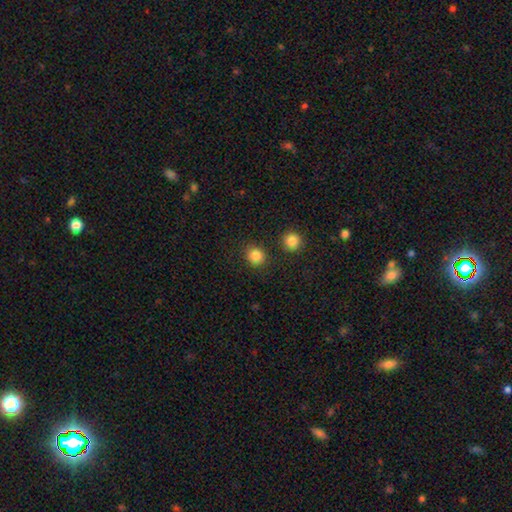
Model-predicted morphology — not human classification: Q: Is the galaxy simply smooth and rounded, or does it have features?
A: smooth — 85%.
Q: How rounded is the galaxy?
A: round — 88%.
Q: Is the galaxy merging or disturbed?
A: none — 87%.